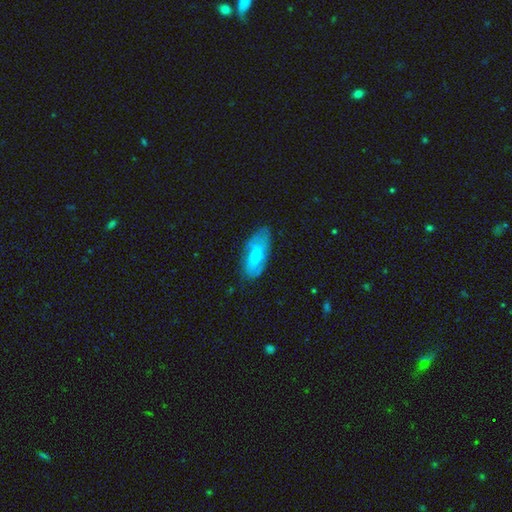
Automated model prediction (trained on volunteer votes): smooth 56%, featured or disk 37%, star or artifact 6%. Down the decision tree: how rounded — in between (86%); merging — none (62%).